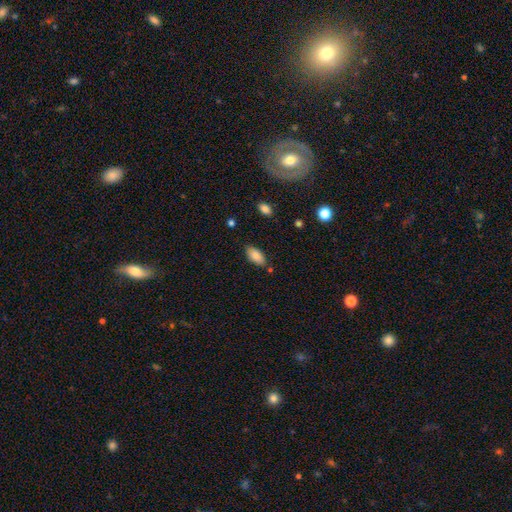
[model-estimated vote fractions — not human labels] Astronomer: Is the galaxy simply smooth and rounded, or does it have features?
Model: smooth — 84%.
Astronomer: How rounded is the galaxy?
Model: in between — 92%.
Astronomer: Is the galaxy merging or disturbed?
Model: none — 80%.